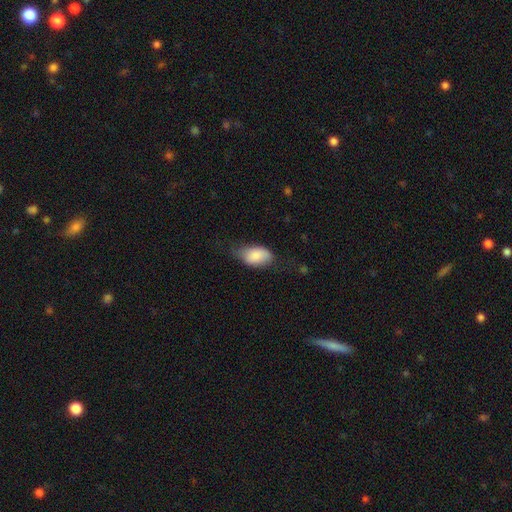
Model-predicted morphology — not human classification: A smooth galaxy with no disk features (82%) that is in between round and cigar-shaped (92%).

Vote fractions:
- Smooth or featured? smooth: 82% / featured or disk: 11% / star or artifact: 6%
- How rounded? in between: 92% / round: 6% / cigar-shaped: 2%
- Merging? none: 52% / minor disturbance: 36% / major disturbance: 11% / merger: 1%